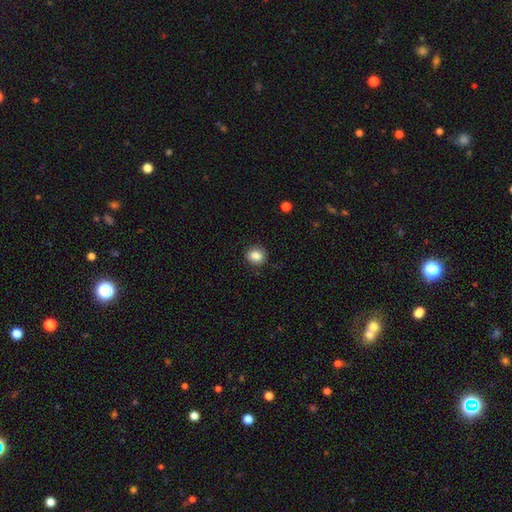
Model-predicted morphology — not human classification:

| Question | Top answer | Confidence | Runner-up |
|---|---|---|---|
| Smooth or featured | smooth | 85% | star or artifact (9%) |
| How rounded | round | 60% | in between (39%) |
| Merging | none | 84% | minor disturbance (12%) |